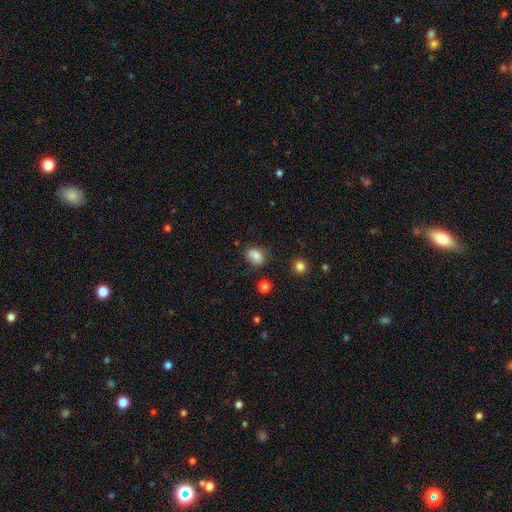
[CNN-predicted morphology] A smooth galaxy with no disk features (79%) that is in between round and cigar-shaped (63%).

Vote fractions:
- Smooth or featured? smooth: 79% / star or artifact: 11% / featured or disk: 10%
- How rounded? in between: 63% / round: 36% / cigar-shaped: 1%
- Merging? none: 66% / minor disturbance: 22% / merger: 7% / major disturbance: 5%